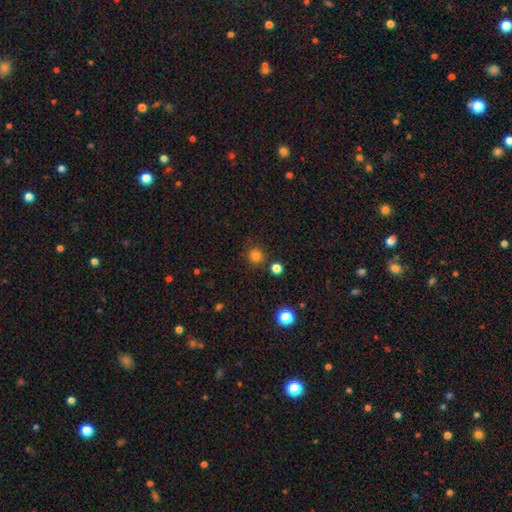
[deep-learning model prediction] A smooth galaxy with no disk features (80%) that is round (94%).

Vote fractions:
- Smooth or featured? smooth: 80% / star or artifact: 15% / featured or disk: 4%
- How rounded? round: 94% / in between: 5% / cigar-shaped: 1%
- Merging? none: 87% / minor disturbance: 7% / merger: 4% / major disturbance: 2%